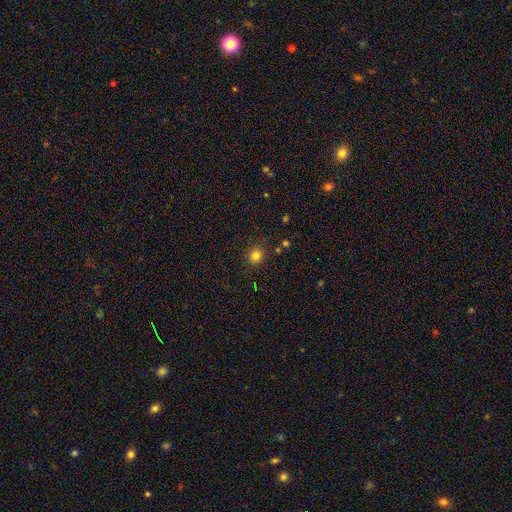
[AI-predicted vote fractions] A smooth galaxy with no disk features (81%) that is round (86%).

Vote fractions:
- Smooth or featured? smooth: 81% / star or artifact: 14% / featured or disk: 5%
- How rounded? round: 86% / in between: 13% / cigar-shaped: 1%
- Merging? none: 86% / minor disturbance: 9% / major disturbance: 3% / merger: 2%